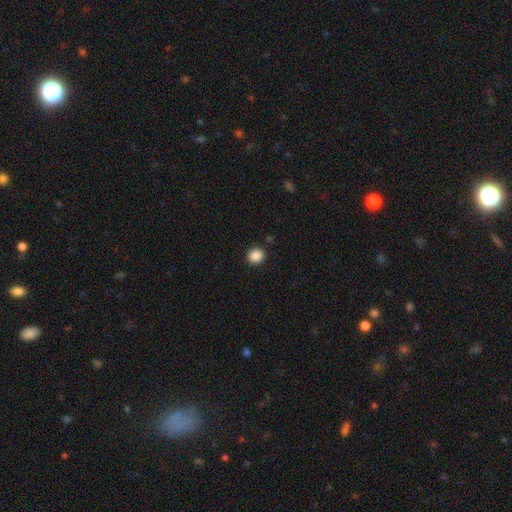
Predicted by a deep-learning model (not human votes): smooth 88%, star or artifact 9%, featured or disk 2%. Down the decision tree: how rounded — round (81%); merging — none (91%).